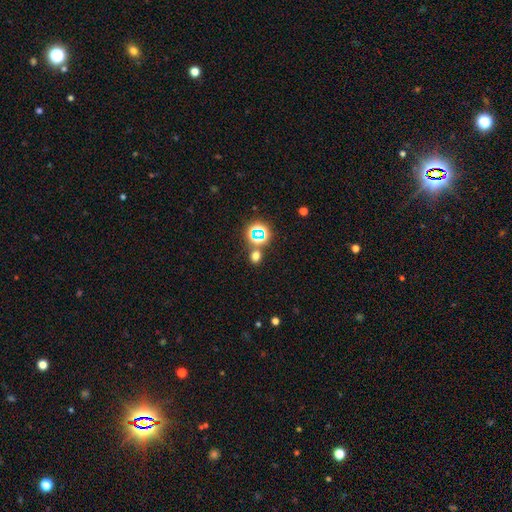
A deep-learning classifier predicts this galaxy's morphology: Smooth or featured? smooth (60%)
How rounded? round (75%)
Merging? none (74%)